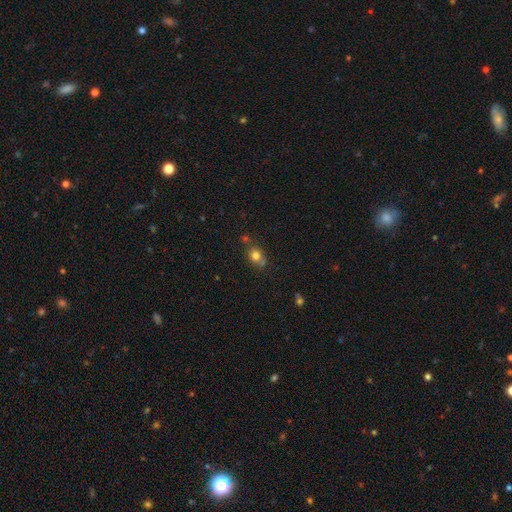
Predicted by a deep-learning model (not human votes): This appears to be a smooth galaxy with no disk features (77%) that is round (67%). Merging: none (64%).